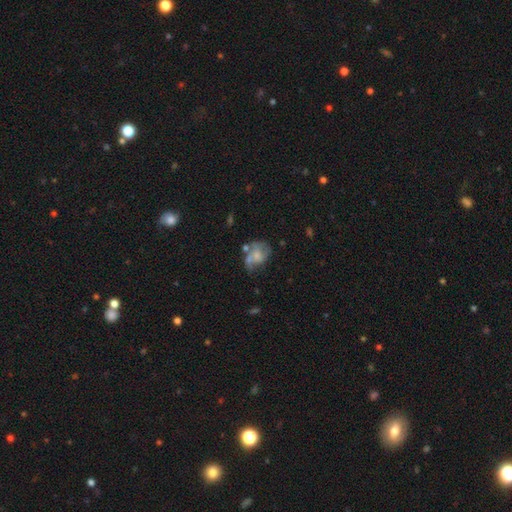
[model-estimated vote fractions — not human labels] smooth-or-featured: featured or disk: 49% | smooth: 42% | star or artifact: 9%
  merging: none: 32% | major disturbance: 25% | minor disturbance: 24% | merger: 18%